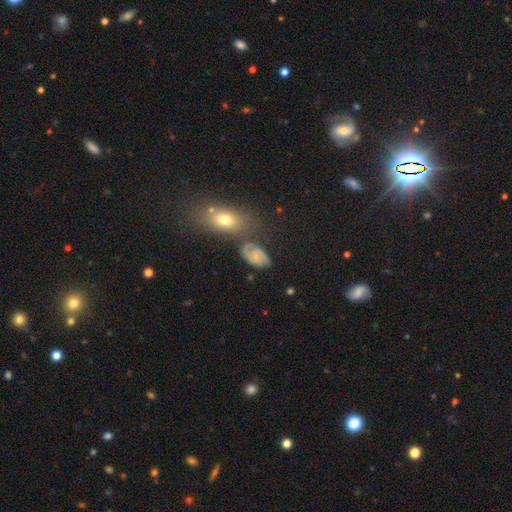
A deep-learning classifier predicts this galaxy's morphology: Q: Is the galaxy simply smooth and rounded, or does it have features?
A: featured or disk — 61%.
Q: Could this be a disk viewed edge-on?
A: no — 96%.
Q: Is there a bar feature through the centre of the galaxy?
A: no — 63%.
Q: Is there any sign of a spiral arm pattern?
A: yes — 87%.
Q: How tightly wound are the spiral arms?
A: tight — 45%.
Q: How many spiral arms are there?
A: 2 — 67%.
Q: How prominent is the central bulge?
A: small — 67%.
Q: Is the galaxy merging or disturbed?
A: none — 60%.